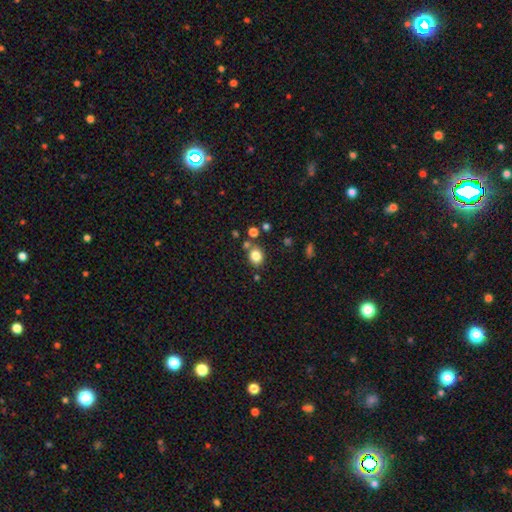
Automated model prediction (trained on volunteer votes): This appears to be a smooth galaxy with no disk features (82%) that is round (60%). Merging: none (74%).